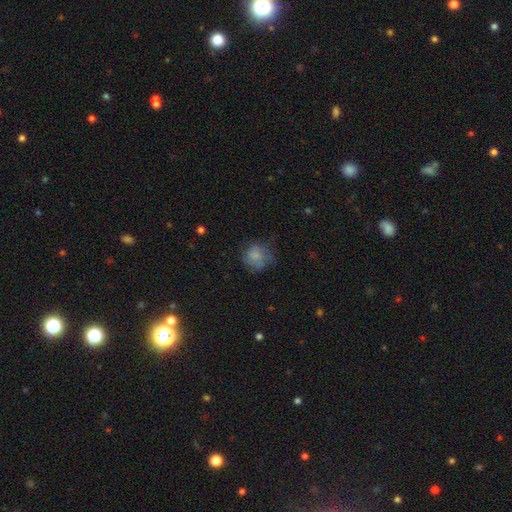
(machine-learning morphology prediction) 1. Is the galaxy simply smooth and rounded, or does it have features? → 67% smooth, 22% featured or disk, 10% star or artifact.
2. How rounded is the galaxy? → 79% round, 20% in between, 1% cigar-shaped.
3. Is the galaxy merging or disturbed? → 57% none, 25% minor disturbance, 16% major disturbance, 2% merger.